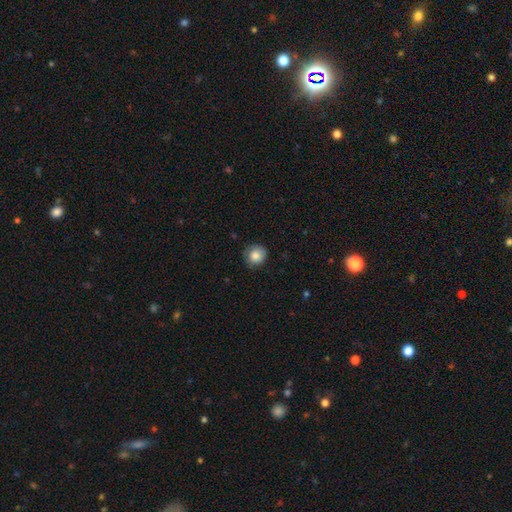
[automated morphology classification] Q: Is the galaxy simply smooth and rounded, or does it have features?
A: smooth — 84%.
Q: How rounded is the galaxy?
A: round — 91%.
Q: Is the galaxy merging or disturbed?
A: none — 81%.